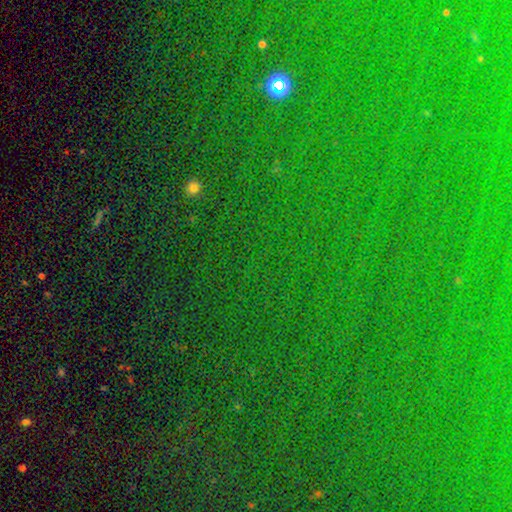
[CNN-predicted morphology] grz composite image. It shows a star or artifact, not a galaxy (83%).